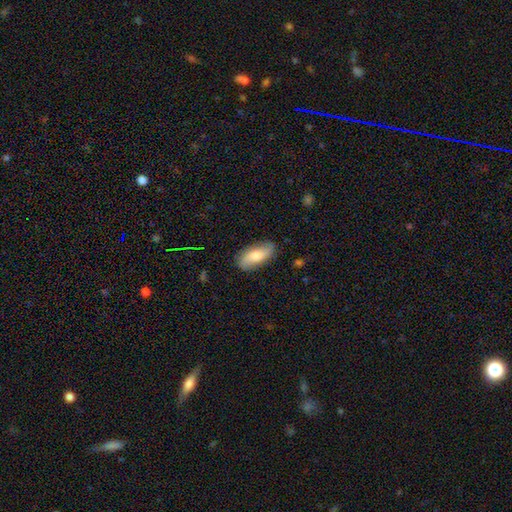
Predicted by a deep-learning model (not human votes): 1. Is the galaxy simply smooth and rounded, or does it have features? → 63% smooth, 31% featured or disk, 6% star or artifact.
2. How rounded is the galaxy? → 82% in between, 15% cigar-shaped, 3% round.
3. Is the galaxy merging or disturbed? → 83% none, 13% minor disturbance, 3% major disturbance, 1% merger.